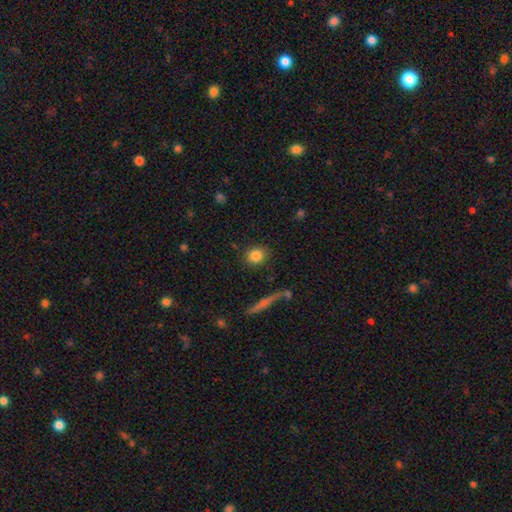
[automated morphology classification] Smooth or featured? Predicted: smooth (p=0.84). How rounded? Predicted: round (p=0.76). Merging? Predicted: none (p=0.86).